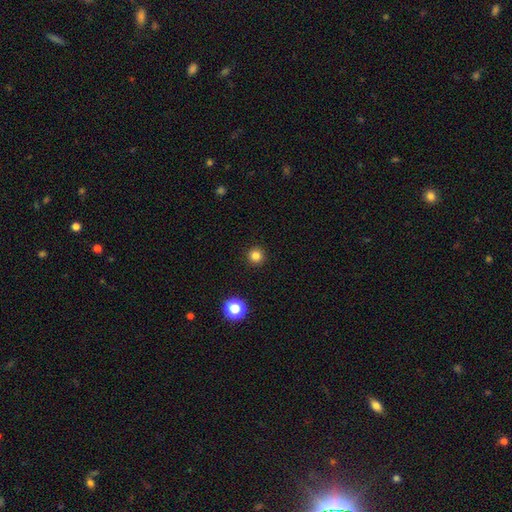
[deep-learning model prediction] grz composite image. It shows a smooth galaxy with no disk features (82%) that is round (96%). Merging: none (93%).